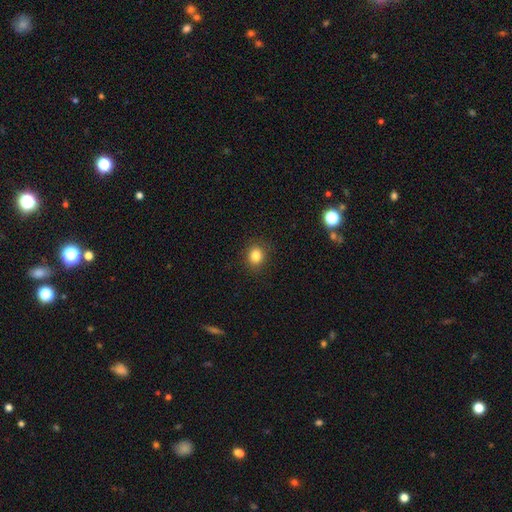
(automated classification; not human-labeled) This is clearly a smooth galaxy (83%). How rounded: likely round (73%). Merging: clearly none (88%).